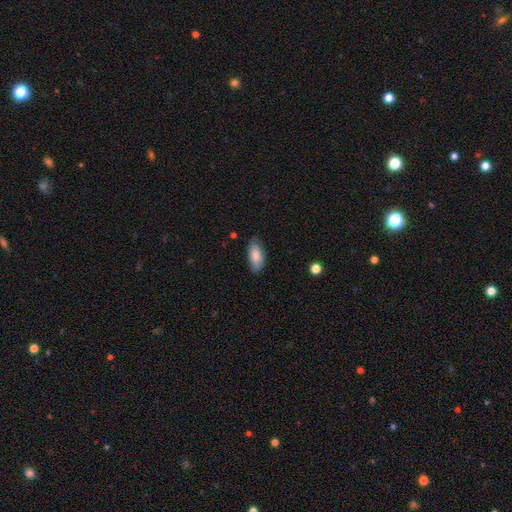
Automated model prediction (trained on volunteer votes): Overall: smooth (85%). How rounded: in between (89%). Merging: none (82%).